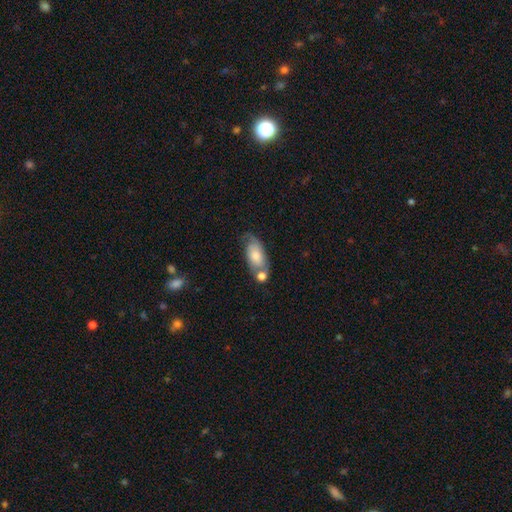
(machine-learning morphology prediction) This is possibly a smooth galaxy (58%). How rounded: clearly in between (88%). Merging: marginally none (38%).